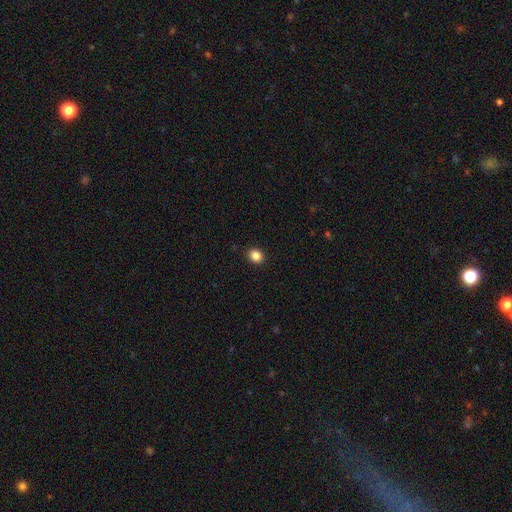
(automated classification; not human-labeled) smooth-or-featured: smooth: 86% | star or artifact: 11% | featured or disk: 4%
  how-rounded: round: 72% | in between: 27% | cigar-shaped: 1%
  merging: none: 92% | minor disturbance: 6% | major disturbance: 2% | merger: 1%